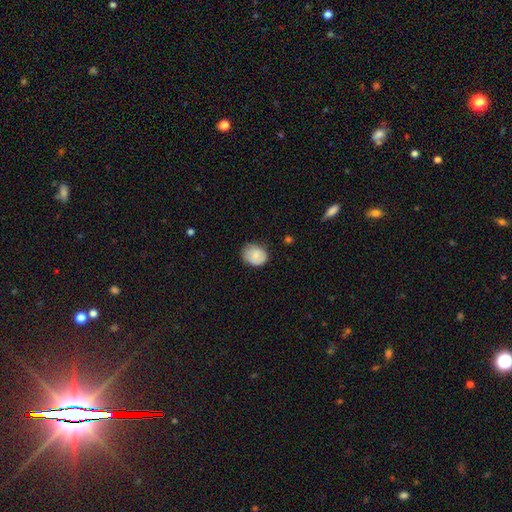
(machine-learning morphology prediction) smooth_or_featured: smooth (p=0.79) [alt: featured or disk p=0.14]
how_rounded: round (p=0.53) [alt: in between p=0.46]
merging: none (p=0.71) [alt: minor disturbance p=0.24]